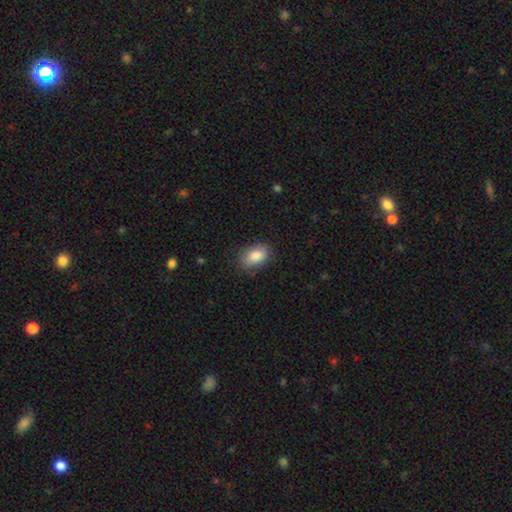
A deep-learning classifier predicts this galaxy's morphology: smooth 87%, star or artifact 7%, featured or disk 6%. Down the decision tree: how rounded — in between (89%); merging — none (82%).